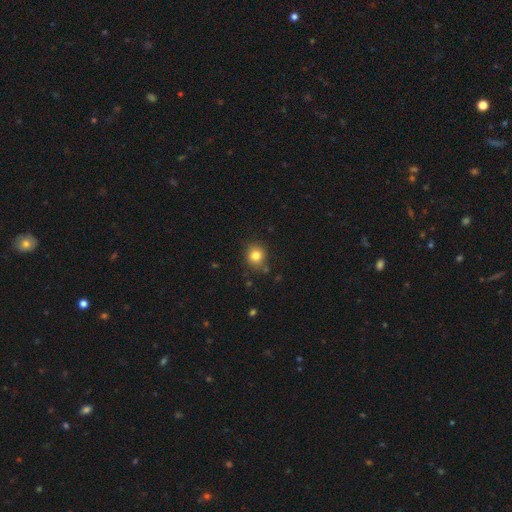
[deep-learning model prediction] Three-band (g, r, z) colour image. It shows a smooth galaxy with no disk features (82%) that is round (82%). Merging: none (81%).